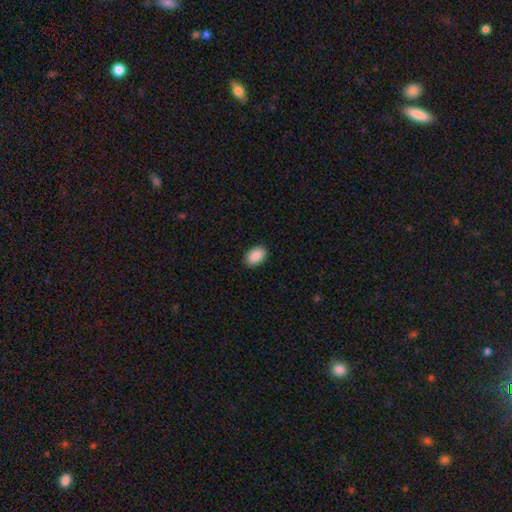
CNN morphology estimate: smooth 91%, star or artifact 7%, featured or disk 3%. Down the decision tree: how rounded — in between (90%); merging — none (90%).